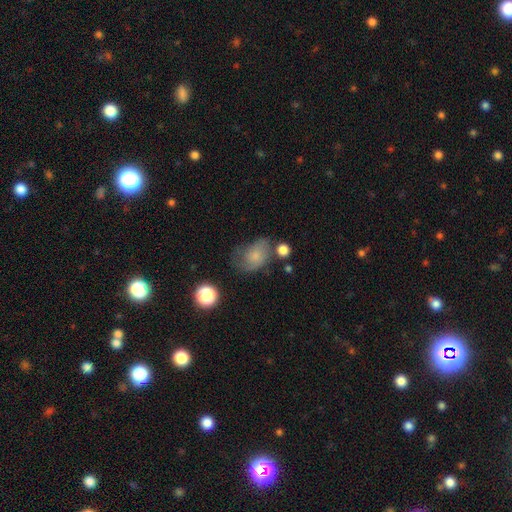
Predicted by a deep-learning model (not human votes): Smooth or featured? smooth (62%)
How rounded? in between (73%)
Merging? none (45%)